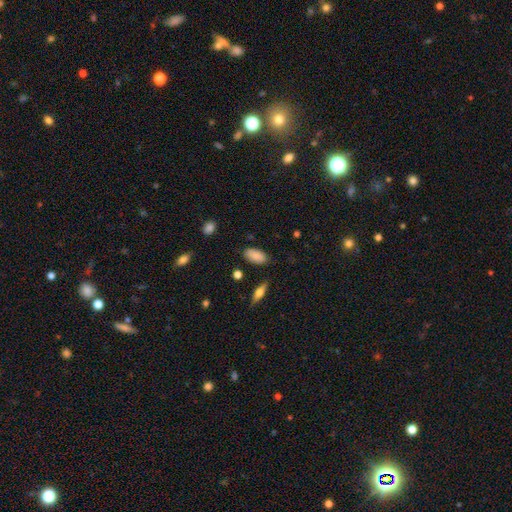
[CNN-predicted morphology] This is clearly a smooth galaxy (85%). How rounded: clearly in between (93%). Merging: clearly none (81%).